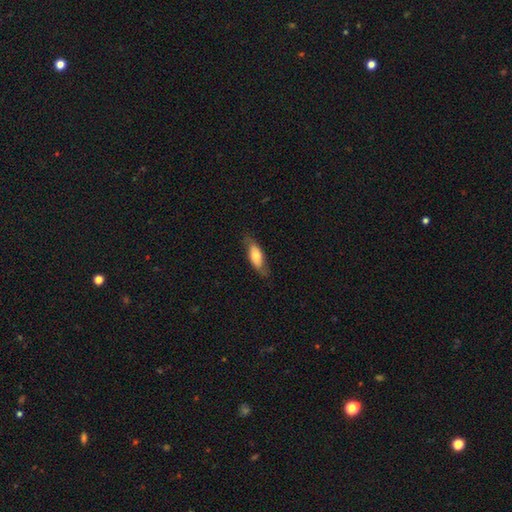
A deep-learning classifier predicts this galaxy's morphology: Smooth or featured? smooth (65%)
How rounded? in between (70%)
Merging? none (72%)